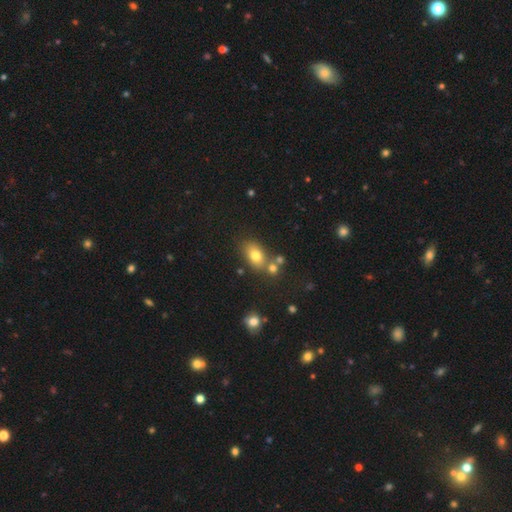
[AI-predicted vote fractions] smooth_or_featured: smooth (p=0.76) [alt: featured or disk p=0.12]
how_rounded: in between (p=0.80) [alt: round p=0.18]
merging: none (p=0.63) [alt: merger p=0.20]